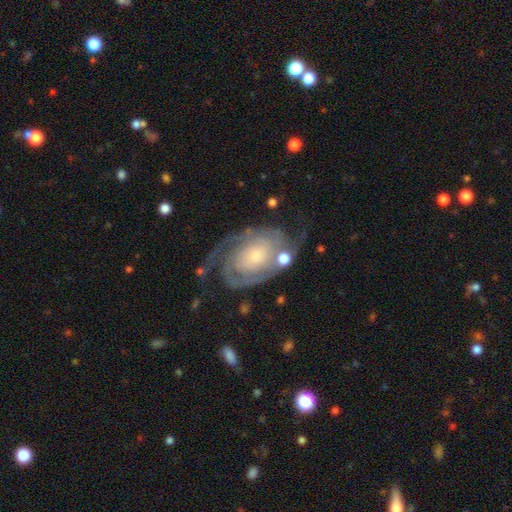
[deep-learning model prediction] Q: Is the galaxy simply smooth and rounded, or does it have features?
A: featured or disk — 87%.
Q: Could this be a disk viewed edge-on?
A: no — 97%.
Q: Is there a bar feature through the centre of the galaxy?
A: no — 75%.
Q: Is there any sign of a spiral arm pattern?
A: yes — 96%.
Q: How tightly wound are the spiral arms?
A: tight — 65%.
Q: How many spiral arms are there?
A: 2 — 70%.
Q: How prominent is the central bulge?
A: small — 58%.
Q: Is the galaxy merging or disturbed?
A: none — 65%.